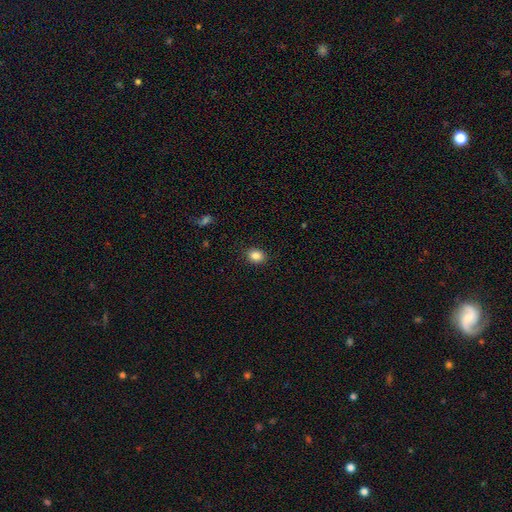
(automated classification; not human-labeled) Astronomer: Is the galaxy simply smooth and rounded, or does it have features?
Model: smooth — 86%.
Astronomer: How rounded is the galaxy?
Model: in between — 50% (runner-up: round, 49%).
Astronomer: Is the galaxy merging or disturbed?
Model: none — 88%.